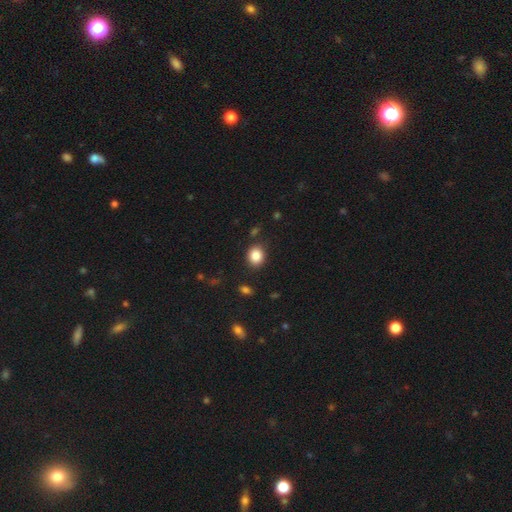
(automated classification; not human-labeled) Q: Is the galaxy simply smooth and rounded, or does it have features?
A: smooth — 86%.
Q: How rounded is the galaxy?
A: round — 63%.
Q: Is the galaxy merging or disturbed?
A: none — 85%.